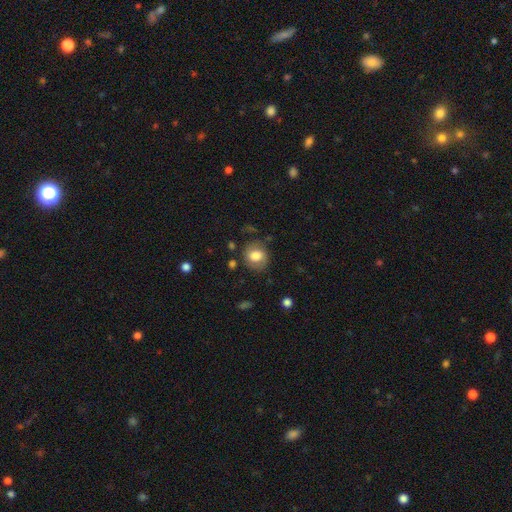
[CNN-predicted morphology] Q: Smooth or featured?
A: smooth (76%); runner-up: featured or disk (15%)
Q: How rounded?
A: round (69%); runner-up: in between (30%)
Q: Merging?
A: none (76%); runner-up: minor disturbance (16%)